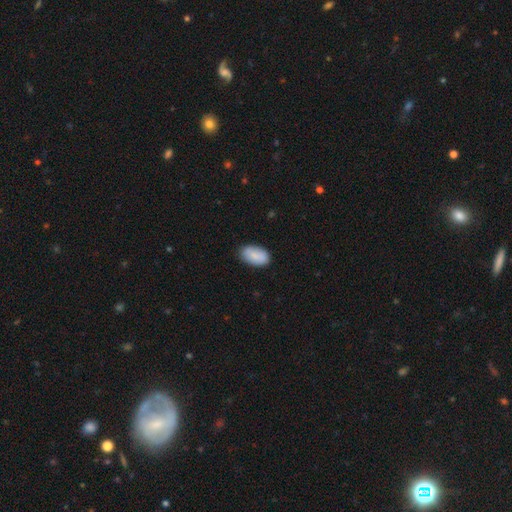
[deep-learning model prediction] smooth 83%, featured or disk 11%, star or artifact 6%. Down the decision tree: how rounded — in between (93%); merging — none (80%).